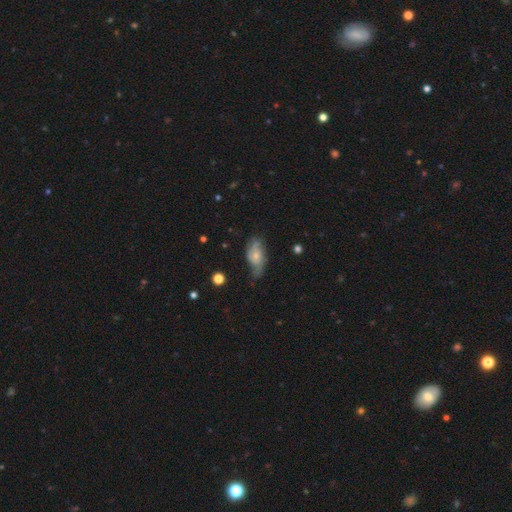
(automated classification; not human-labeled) smooth-or-featured: featured or disk: 54% | smooth: 39% | star or artifact: 7%
  disk-edge-on: no: 91% | yes: 9%
  merging: none: 41% | minor disturbance: 38% | major disturbance: 19% | merger: 3%